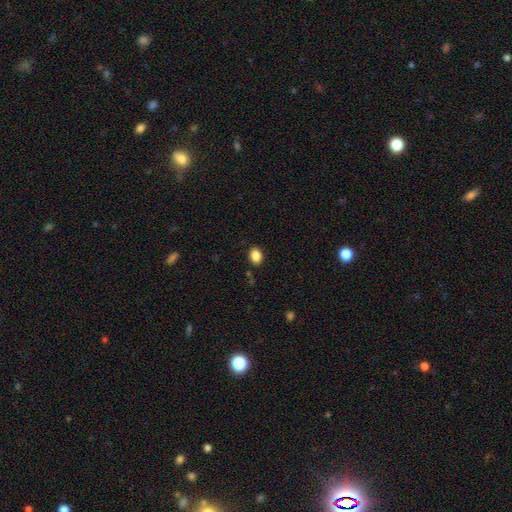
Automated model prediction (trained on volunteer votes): Smooth or featured? Predicted: smooth (p=0.87). How rounded? Predicted: in between (p=0.65). Merging? Predicted: none (p=0.88).